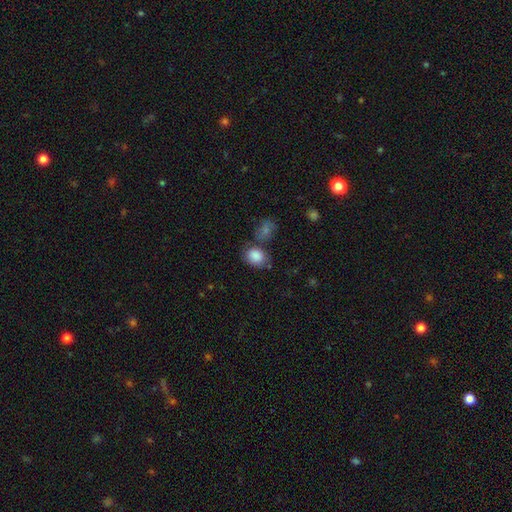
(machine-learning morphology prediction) smooth 86%, star or artifact 8%, featured or disk 6%. Down the decision tree: how rounded — in between (58%); merging — none (55%).